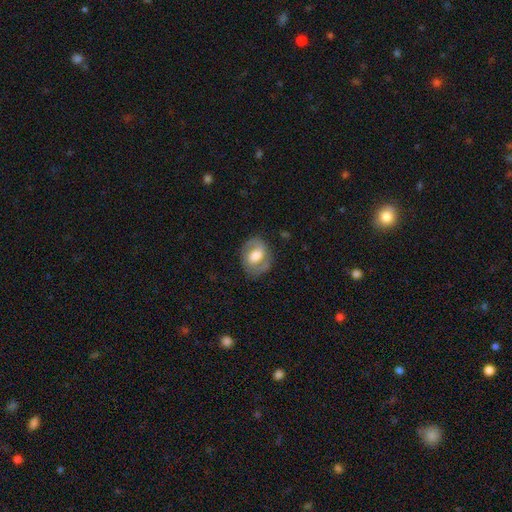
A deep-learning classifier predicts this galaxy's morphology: Overall: featured or disk (64%; smooth 30%). Edge-on disk: no (97%). Bar: weak (44%; no 40%). Spiral arms: yes (82%). Spiral arm count: 2 (84%). Spiral winding: medium (49%; tight 29%). Bulge size: moderate (42%, tied with large). Merging: none (76%).